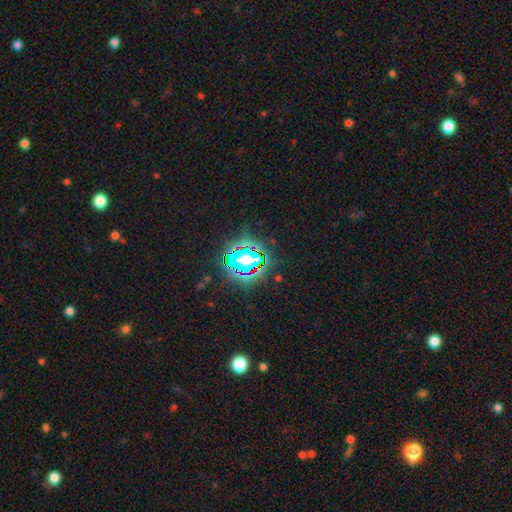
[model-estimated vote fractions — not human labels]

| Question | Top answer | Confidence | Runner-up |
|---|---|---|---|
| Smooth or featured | star or artifact | 81% | smooth (11%) |